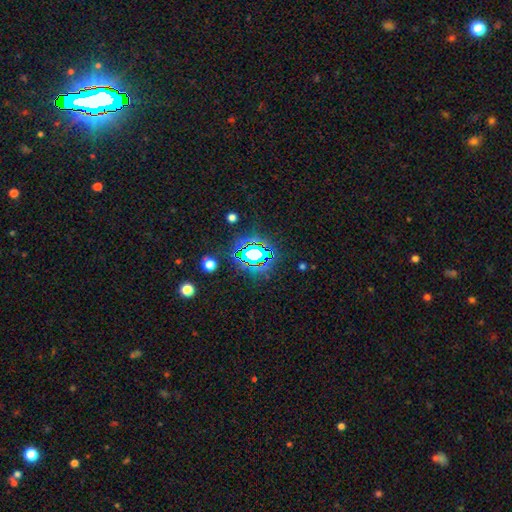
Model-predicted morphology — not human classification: Smooth or featured? star or artifact (69%)